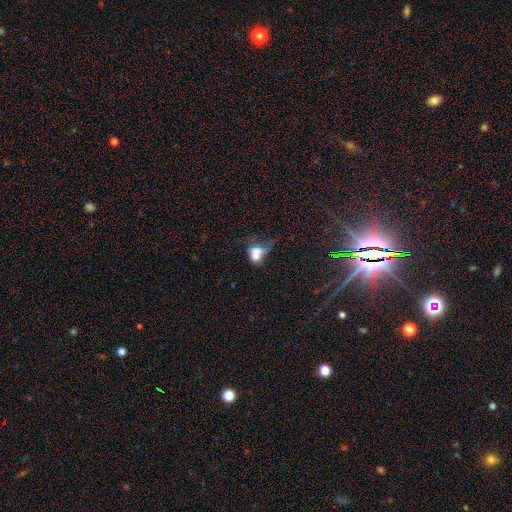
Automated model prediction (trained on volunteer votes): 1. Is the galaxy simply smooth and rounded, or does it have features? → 56% smooth, 25% star or artifact, 20% featured or disk.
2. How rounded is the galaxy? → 49% round, 47% in between, 4% cigar-shaped.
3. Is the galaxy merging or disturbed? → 31% merger, 27% none, 26% major disturbance, 15% minor disturbance.